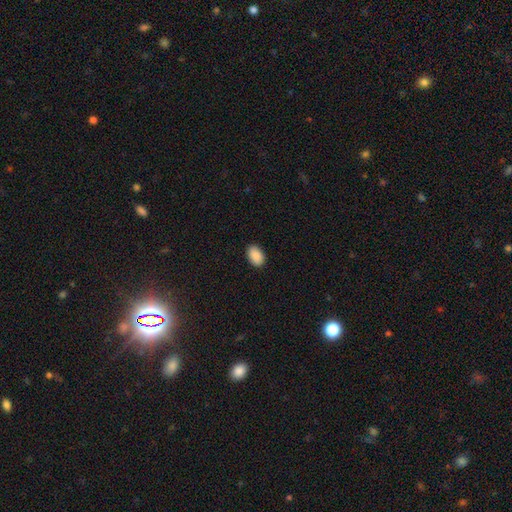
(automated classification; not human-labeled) This appears to be a smooth galaxy with no disk features (90%) that is in between round and cigar-shaped (87%). Merging: none (89%).